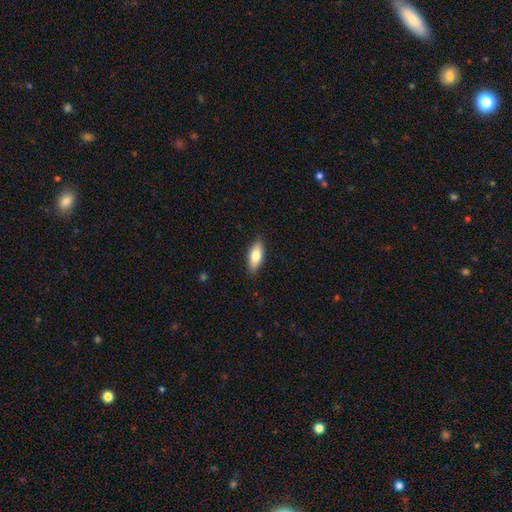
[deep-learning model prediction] Overall: smooth (75%). How rounded: in between (76%). Merging: none (87%).